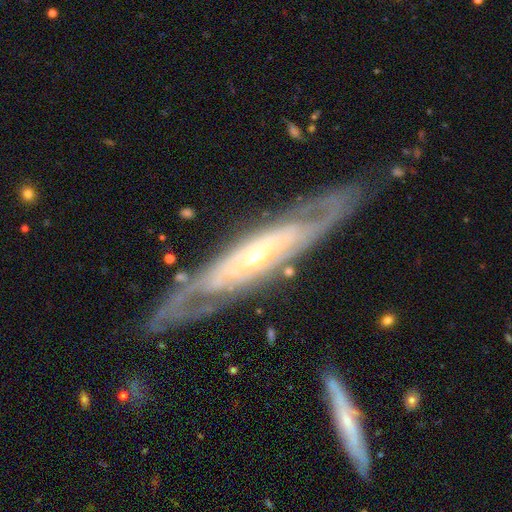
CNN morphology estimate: Overall: featured or disk (84%). Edge-on disk: no (66%; yes 34%). Bar: no (52%; weak 29%). Spiral arms: yes (86%). Bulge size: small (65%; moderate 29%). Merging: none (75%).